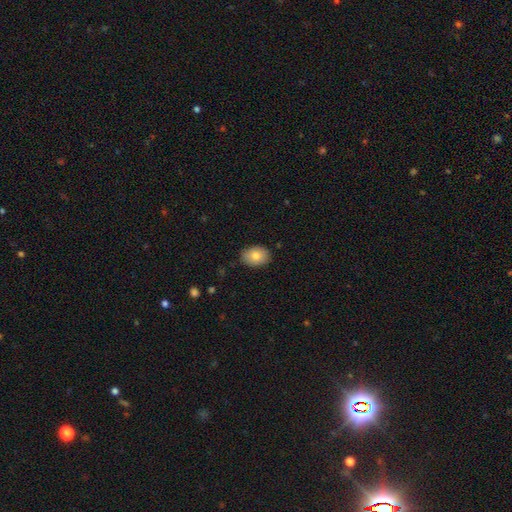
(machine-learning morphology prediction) smooth-or-featured: smooth: 79% | featured or disk: 13% | star or artifact: 8%
  how-rounded: in between: 70% | round: 29% | cigar-shaped: 1%
  merging: none: 85% | minor disturbance: 11% | major disturbance: 2% | merger: 1%